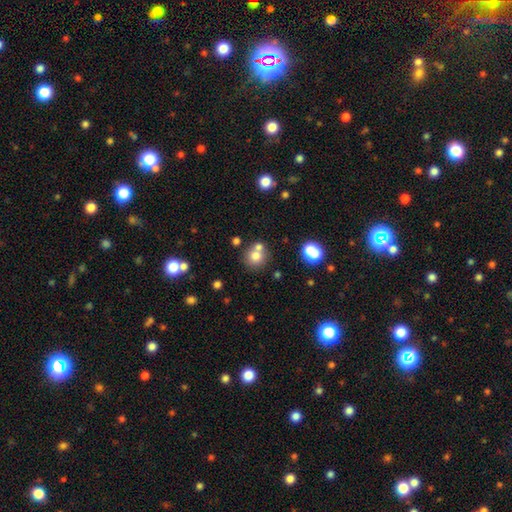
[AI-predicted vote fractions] smooth-or-featured: smooth: 74% | star or artifact: 14% | featured or disk: 12%
  how-rounded: round: 89% | in between: 10% | cigar-shaped: 1%
  merging: none: 59% | merger: 30% | minor disturbance: 8% | major disturbance: 3%